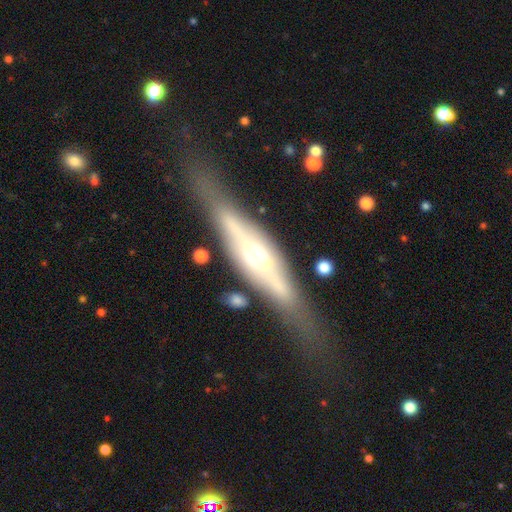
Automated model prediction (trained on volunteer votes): This appears to be a featured or disk galaxy (66%) viewed edge-on (88%) with a rounded central bulge (89%). Merging: none (72%).